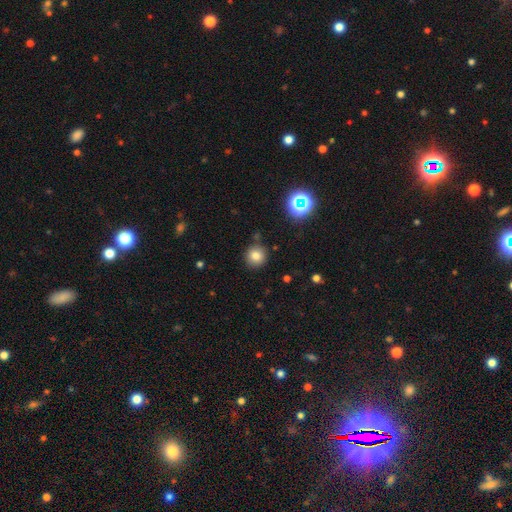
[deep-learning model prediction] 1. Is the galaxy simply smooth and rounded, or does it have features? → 78% smooth, 14% star or artifact, 8% featured or disk.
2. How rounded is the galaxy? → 92% round, 7% in between, 1% cigar-shaped.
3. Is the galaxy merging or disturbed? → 86% none, 8% minor disturbance, 4% merger, 2% major disturbance.